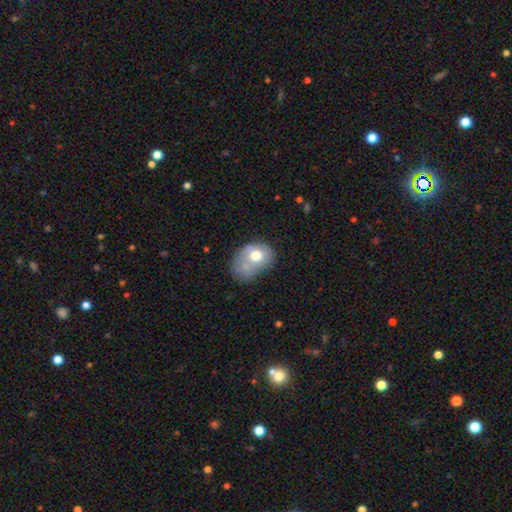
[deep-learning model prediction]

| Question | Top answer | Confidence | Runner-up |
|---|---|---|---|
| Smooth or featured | smooth | 65% | featured or disk (27%) |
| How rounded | in between | 69% | round (30%) |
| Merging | merger | 30% | minor disturbance (26%) |